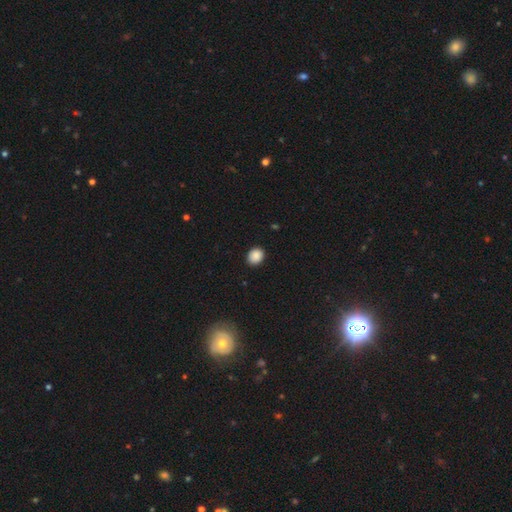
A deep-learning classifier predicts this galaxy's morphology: This is clearly a smooth galaxy (88%). How rounded: possibly round (58%). Merging: clearly none (89%).